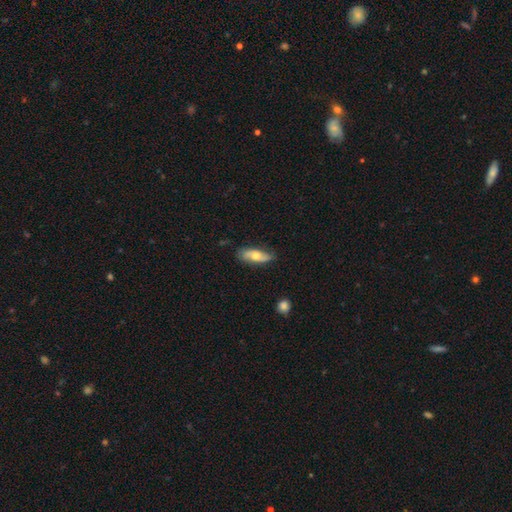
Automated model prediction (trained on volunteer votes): The model was most divided on "smooth or featured": smooth: 55%, featured or disk: 39%, star or artifact: 6%. More confident: merging — none (76%); how rounded — in between (68%).